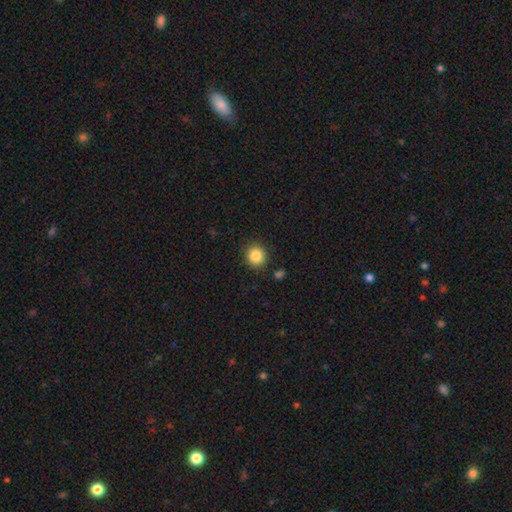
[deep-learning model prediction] smooth-or-featured: smooth: 86% | star or artifact: 10% | featured or disk: 4%
  how-rounded: round: 89% | in between: 10% | cigar-shaped: 1%
  merging: none: 89% | minor disturbance: 7% | major disturbance: 2% | merger: 2%